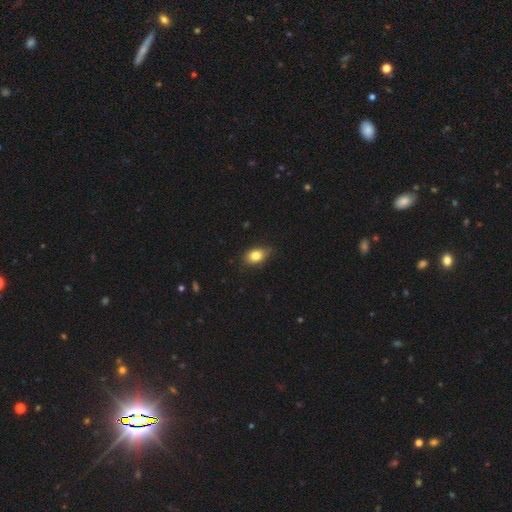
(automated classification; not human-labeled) Overall: smooth (82%). How rounded: in between (80%). Merging: none (75%).